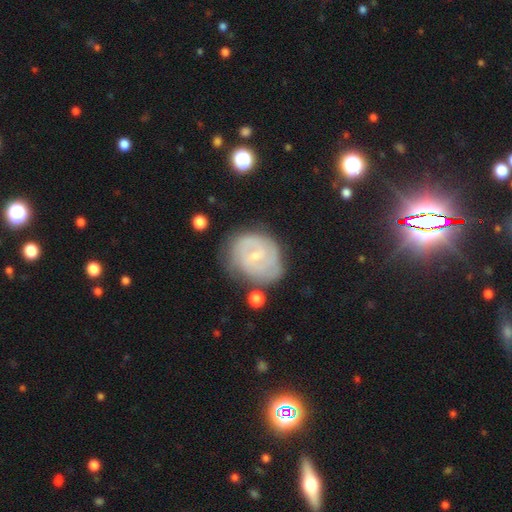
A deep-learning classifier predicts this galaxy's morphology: The model was most divided on "spiral arm count": 2: 38%, can't tell: 37%, 3: 12%, 4: 4%, 1: 4%, more than 4: 3%. Remaining: edge-on disk — no (97%); spiral arms — yes (86%); bulge size — small (75%); smooth or featured — featured or disk (73%); merging — none (67%); spiral winding — tight (59%); bar — weak (46%).